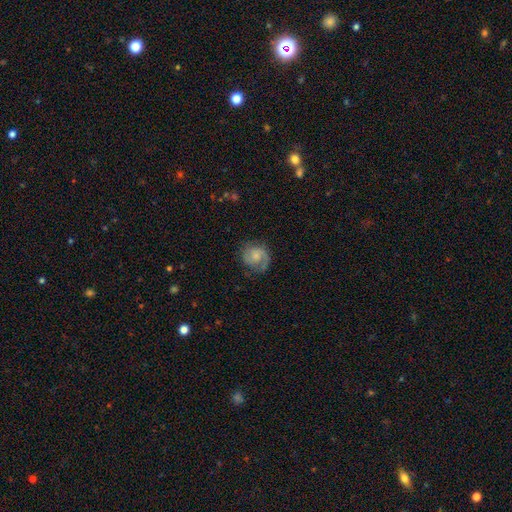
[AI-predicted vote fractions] A featured or disk galaxy (69%) with no bar (64%), 2 (78%) medium (45%) spiral arms (94%) and a small central bulge (43%). Merging: none (74%).